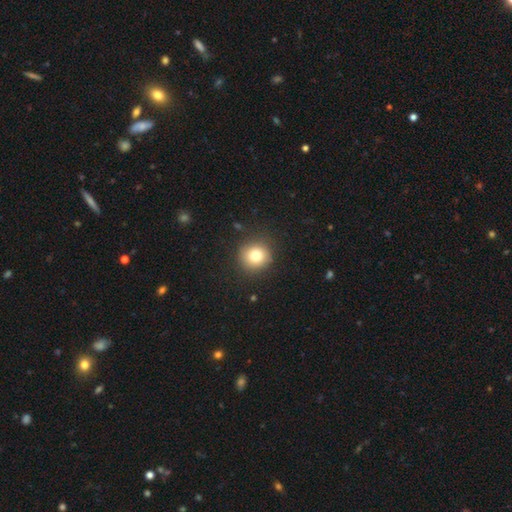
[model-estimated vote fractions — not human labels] This is likely a smooth galaxy (78%). How rounded: clearly round (92%). Merging: clearly none (88%).